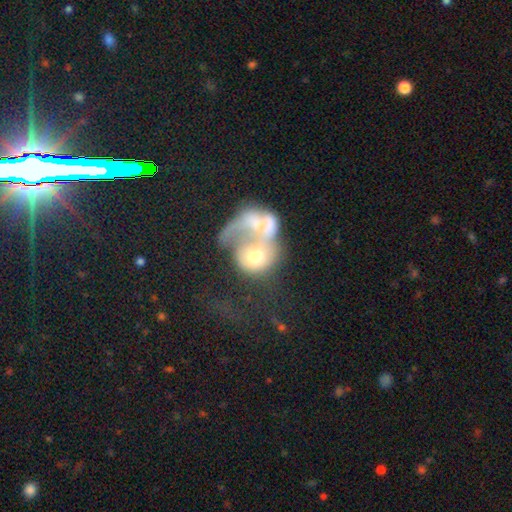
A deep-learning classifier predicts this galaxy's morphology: featured or disk 46%, smooth 45%, star or artifact 9%. Down the decision tree: merging — merger (63%).